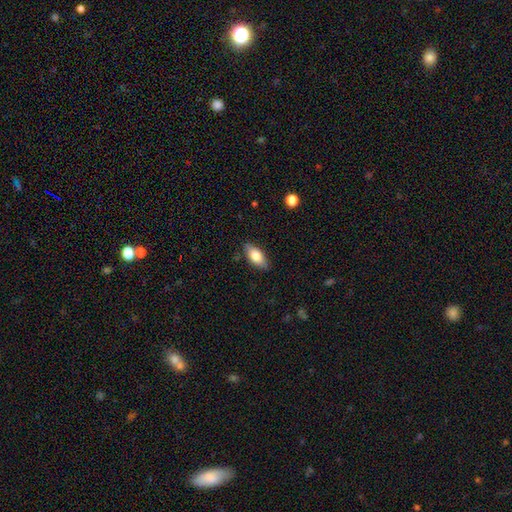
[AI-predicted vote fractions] A smooth galaxy with no disk features (76%) that is in between round and cigar-shaped (86%).

Vote fractions:
- Smooth or featured? smooth: 76% / featured or disk: 17% / star or artifact: 7%
- How rounded? in between: 86% / cigar-shaped: 11% / round: 3%
- Merging? none: 83% / minor disturbance: 13% / major disturbance: 3% / merger: 1%